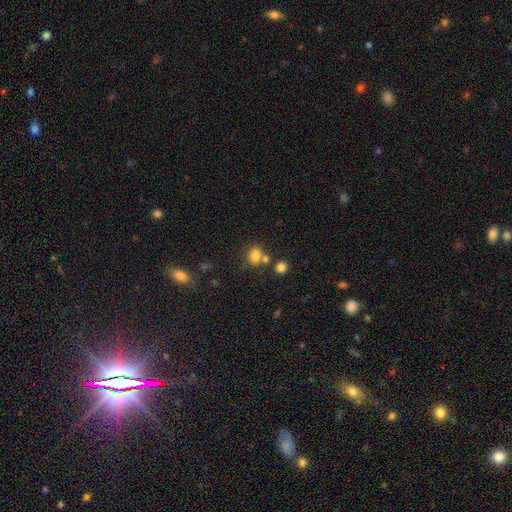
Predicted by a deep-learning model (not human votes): This appears to be a smooth galaxy with no disk features (79%) that is round (52%). Merging: none (56%).